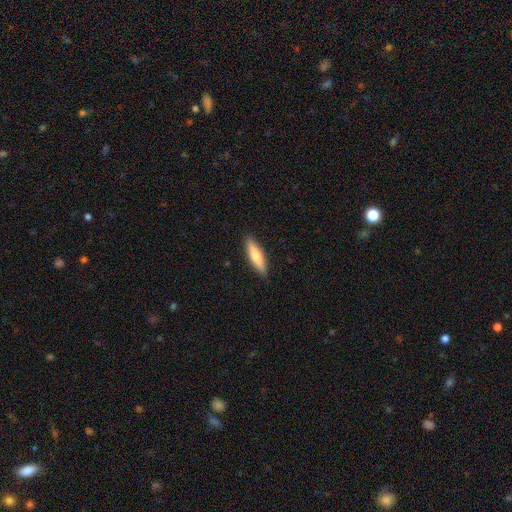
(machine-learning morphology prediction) Q: Smooth or featured?
A: smooth (68%); runner-up: featured or disk (26%)
Q: How rounded?
A: cigar-shaped (74%); runner-up: in between (25%)
Q: Merging?
A: none (90%); runner-up: minor disturbance (7%)